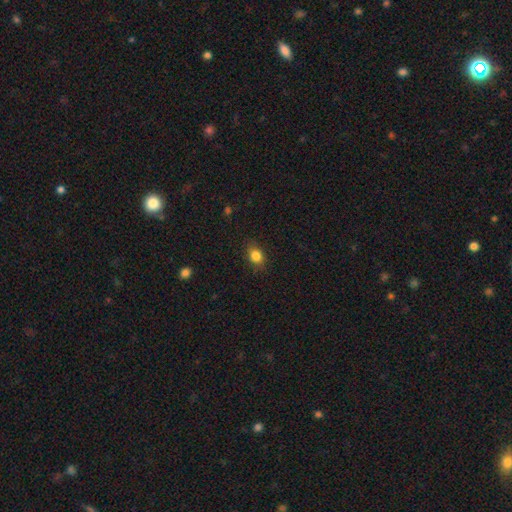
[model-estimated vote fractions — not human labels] This is clearly a smooth galaxy (84%). How rounded: likely in between (62%). Merging: clearly none (83%).